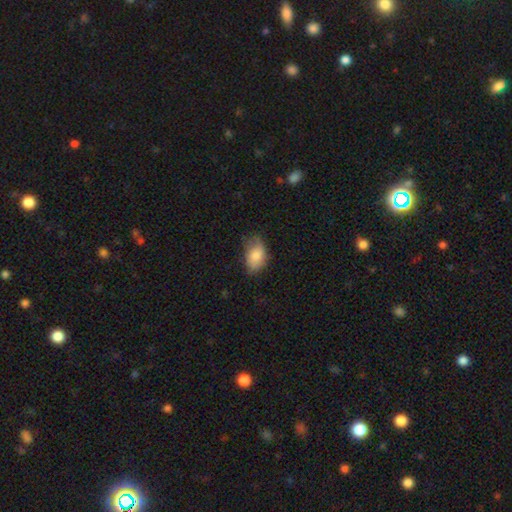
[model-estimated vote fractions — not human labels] Q: Smooth or featured?
A: smooth (81%); runner-up: featured or disk (12%)
Q: How rounded?
A: in between (87%); runner-up: round (11%)
Q: Merging?
A: none (62%); runner-up: minor disturbance (30%)